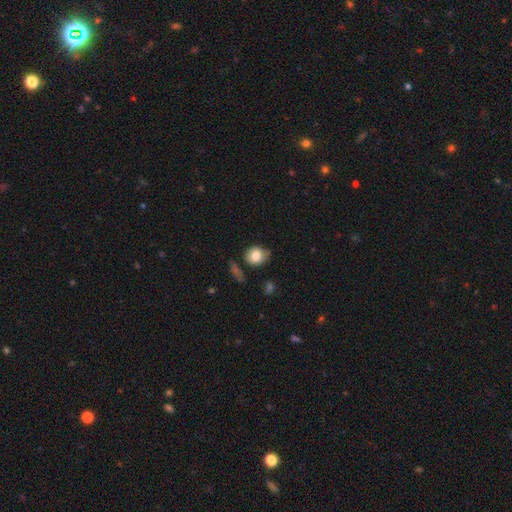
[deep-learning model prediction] Q: Smooth or featured?
A: smooth (80%); runner-up: featured or disk (12%)
Q: How rounded?
A: round (64%); runner-up: in between (35%)
Q: Merging?
A: none (64%); runner-up: minor disturbance (25%)